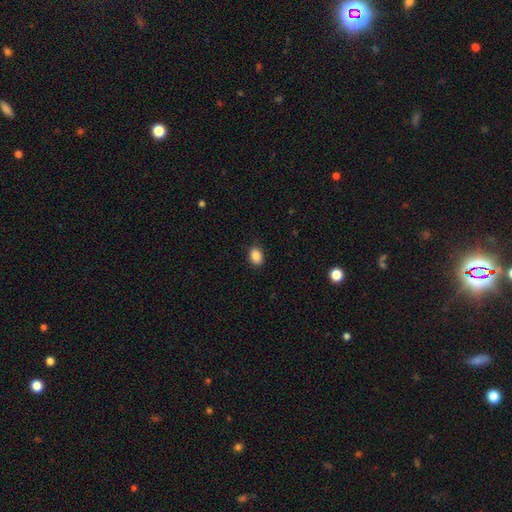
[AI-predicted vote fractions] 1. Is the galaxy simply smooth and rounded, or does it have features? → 88% smooth, 9% star or artifact, 3% featured or disk.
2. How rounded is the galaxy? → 72% in between, 27% round, 1% cigar-shaped.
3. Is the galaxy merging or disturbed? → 87% none, 10% minor disturbance, 2% major disturbance, 1% merger.